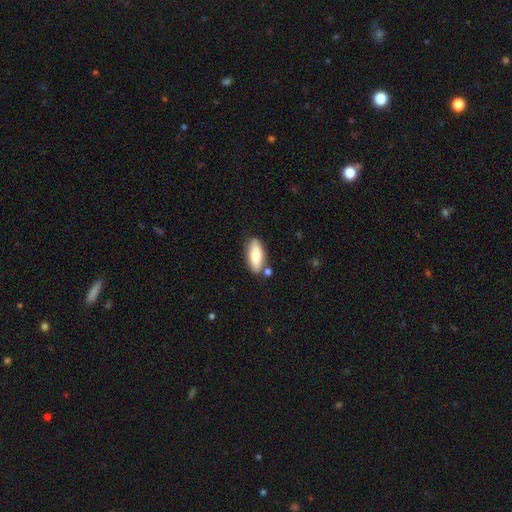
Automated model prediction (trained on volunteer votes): The model was most divided on "how rounded": in between: 75%, cigar-shaped: 23%, round: 2%. More confident: merging — none (77%); smooth or featured — smooth (76%).